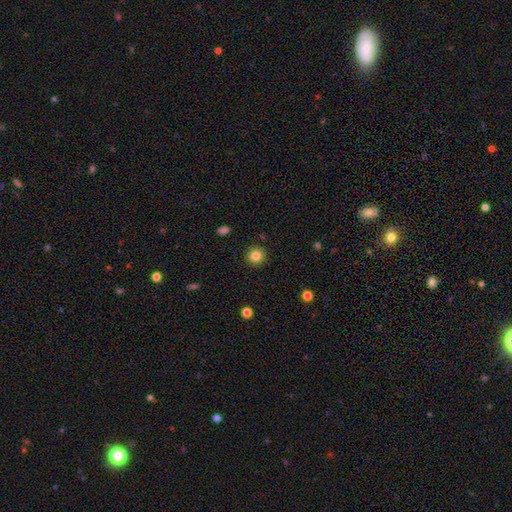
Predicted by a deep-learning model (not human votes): smooth_or_featured: smooth (p=0.83) [alt: star or artifact p=0.11]
how_rounded: round (p=0.94) [alt: in between p=0.05]
merging: none (p=0.91) [alt: minor disturbance p=0.06]